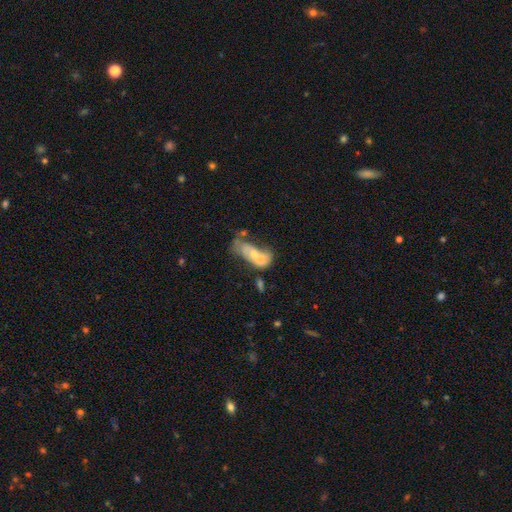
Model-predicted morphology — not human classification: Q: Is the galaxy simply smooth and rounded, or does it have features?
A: smooth — 51%.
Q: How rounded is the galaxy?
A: in between — 83%.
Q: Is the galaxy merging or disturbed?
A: major disturbance — 30%.